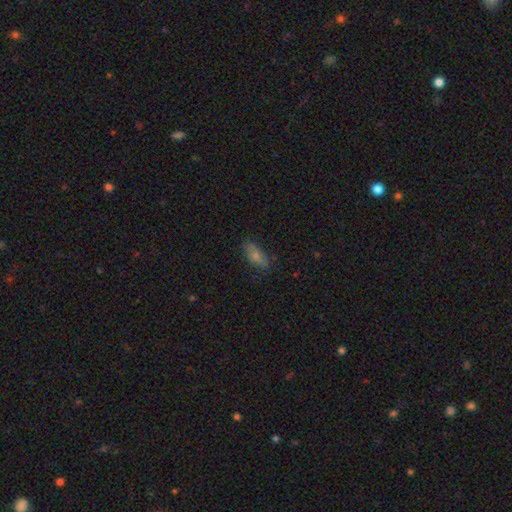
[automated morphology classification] Smooth or featured? Predicted: smooth (p=0.62). How rounded? Predicted: in between (p=0.67). Merging? Predicted: none (p=0.81).